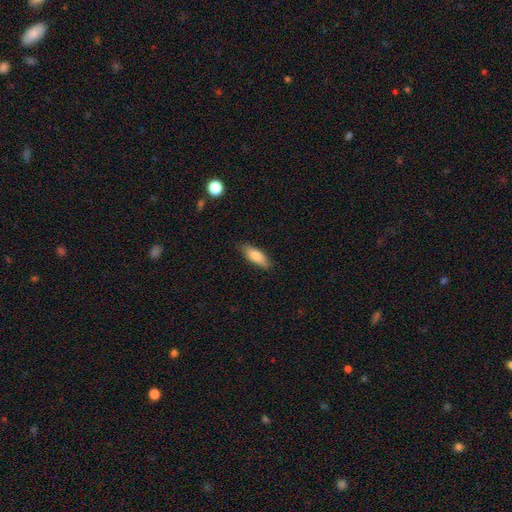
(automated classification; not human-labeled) Morphology: type=smooth (80%); roundness=in between (63%); merging=none (83%).